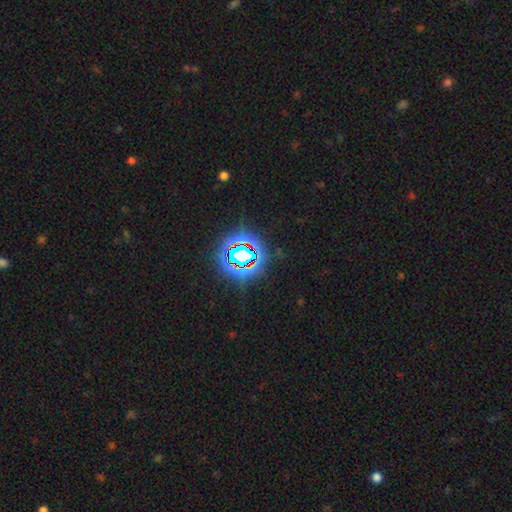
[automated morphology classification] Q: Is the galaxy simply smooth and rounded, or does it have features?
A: star or artifact — 80%.